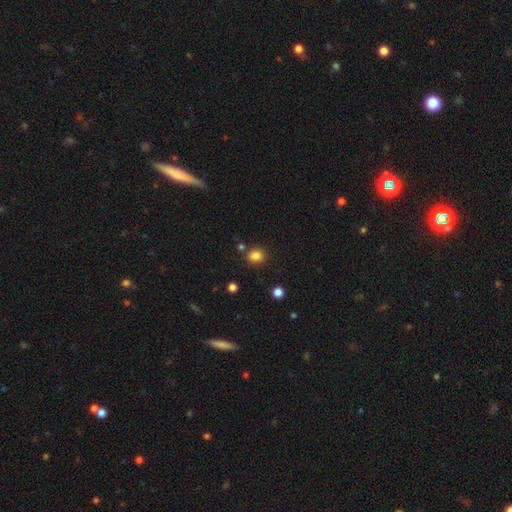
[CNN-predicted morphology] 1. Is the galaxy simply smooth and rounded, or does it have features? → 83% smooth, 12% star or artifact, 5% featured or disk.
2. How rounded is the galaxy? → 74% round, 25% in between, 1% cigar-shaped.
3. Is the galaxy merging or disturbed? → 81% none, 10% minor disturbance, 7% merger, 3% major disturbance.